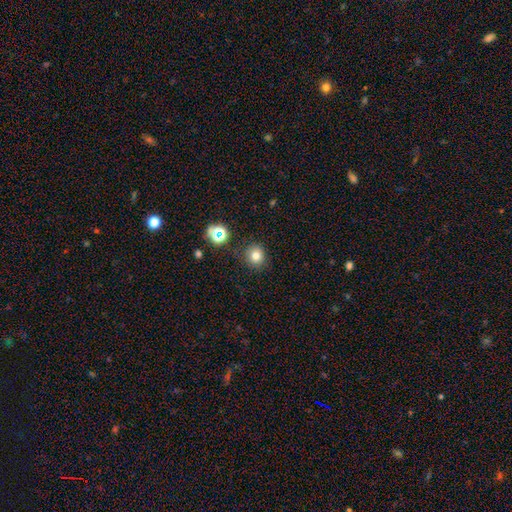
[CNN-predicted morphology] Smooth or featured: smooth — 75% (star or artifact — 17%)
How rounded: round — 90% (in between — 10%)
Merging: none — 88% (minor disturbance — 8%)